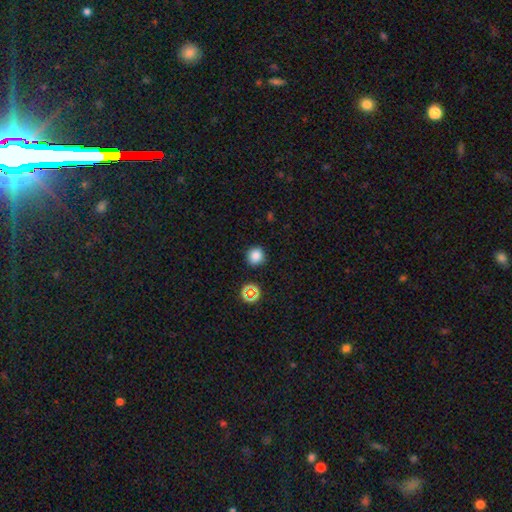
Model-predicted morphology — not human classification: Smooth or featured?
  - smooth: 81% *
  - star or artifact: 15%
  - featured or disk: 4%
How rounded?
  - round: 92% *
  - in between: 7%
  - cigar-shaped: 1%
Merging?
  - none: 90% *
  - minor disturbance: 6%
  - major disturbance: 2%
  - merger: 2%